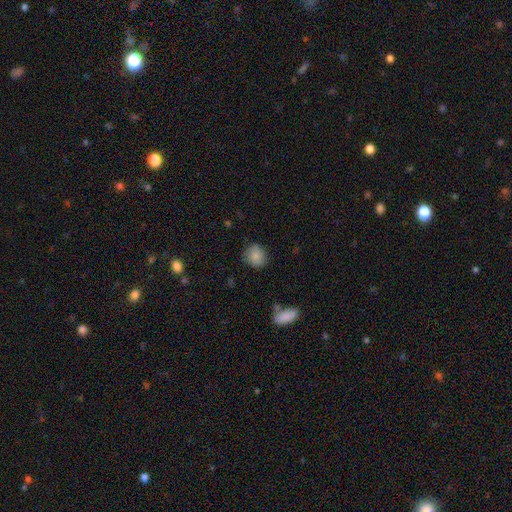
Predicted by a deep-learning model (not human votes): smooth-or-featured: smooth: 85% | star or artifact: 9% | featured or disk: 7%
  how-rounded: round: 78% | in between: 21% | cigar-shaped: 1%
  merging: none: 81% | minor disturbance: 14% | major disturbance: 3% | merger: 2%